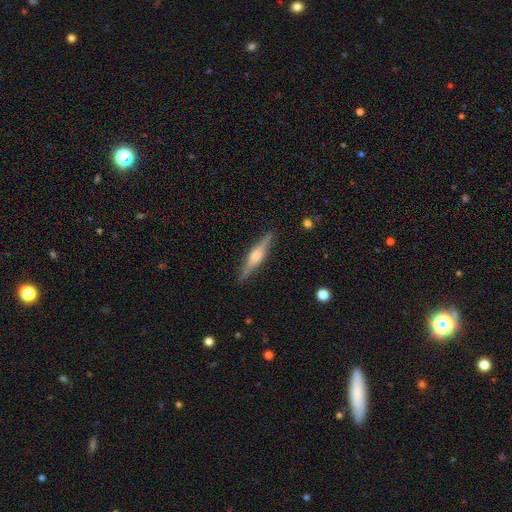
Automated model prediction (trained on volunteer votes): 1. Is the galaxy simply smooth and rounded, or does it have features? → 75% featured or disk, 19% smooth, 6% star or artifact.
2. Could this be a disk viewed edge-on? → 98% yes, 2% no.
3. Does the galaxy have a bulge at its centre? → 86% rounded, 11% boxy, 3% none.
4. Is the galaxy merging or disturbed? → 89% none, 8% minor disturbance, 2% major disturbance, 1% merger.